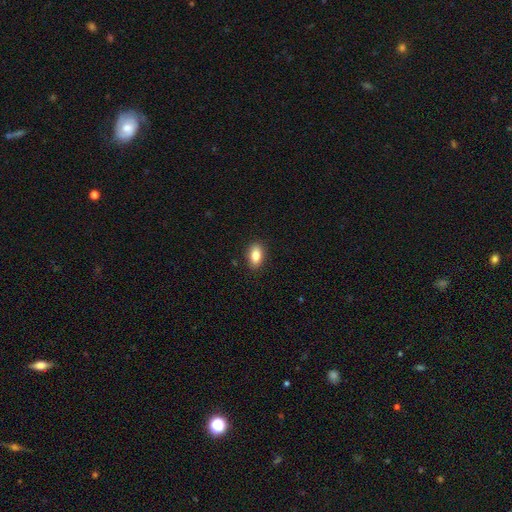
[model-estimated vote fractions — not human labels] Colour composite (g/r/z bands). It shows a smooth galaxy with no disk features (83%) that is in between round and cigar-shaped (89%). Merging: none (89%).